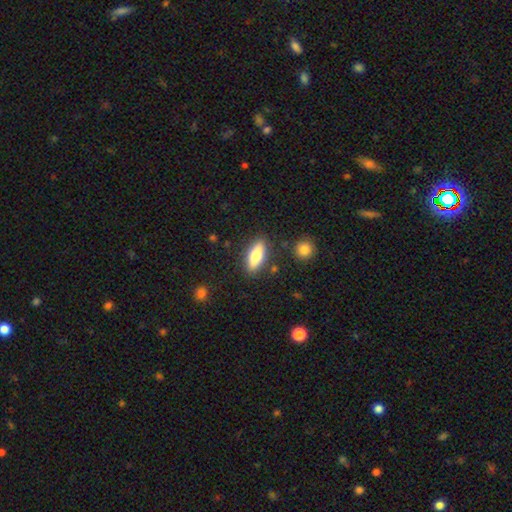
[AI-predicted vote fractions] Smooth or featured? smooth (71%)
How rounded? in between (66%)
Merging? none (84%)